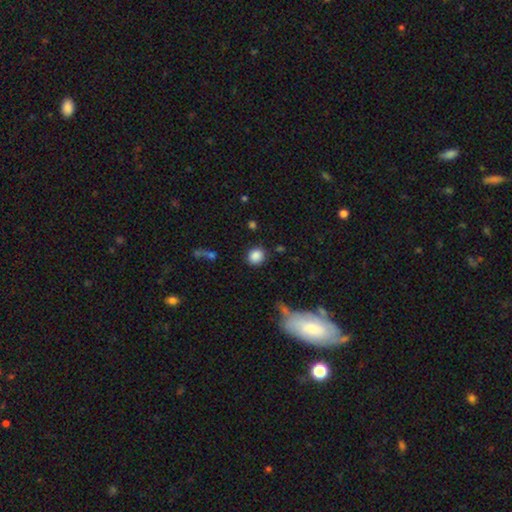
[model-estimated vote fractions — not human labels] Smooth or featured?
  - smooth: 87% *
  - star or artifact: 9%
  - featured or disk: 4%
How rounded?
  - round: 77% *
  - in between: 22%
  - cigar-shaped: 1%
Merging?
  - none: 83% *
  - minor disturbance: 10%
  - major disturbance: 4%
  - merger: 3%